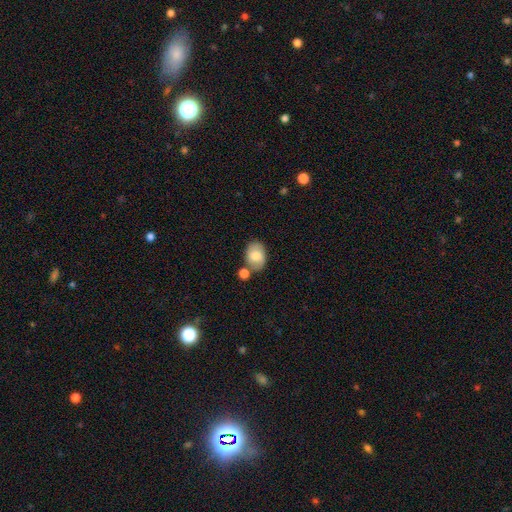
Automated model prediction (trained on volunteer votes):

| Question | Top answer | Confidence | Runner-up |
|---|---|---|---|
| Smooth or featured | smooth | 71% | featured or disk (21%) |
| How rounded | in between | 75% | round (24%) |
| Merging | none | 65% | merger (16%) |